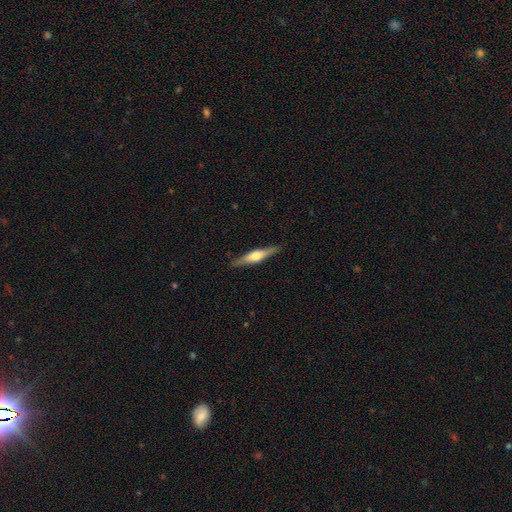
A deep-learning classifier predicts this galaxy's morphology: This is likely a featured or disk galaxy (65%). It is clearly viewed edge-on (97%). Edge-on bulge: clearly rounded (87%). Merging: clearly none (89%).